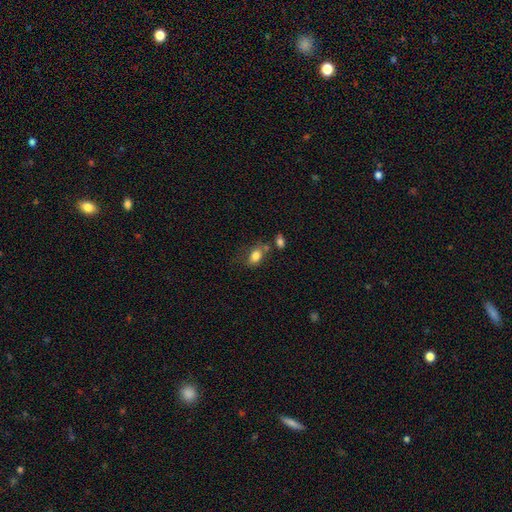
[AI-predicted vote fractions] A smooth galaxy with no disk features (81%) that is in between round and cigar-shaped (81%). Merging: none (53%).